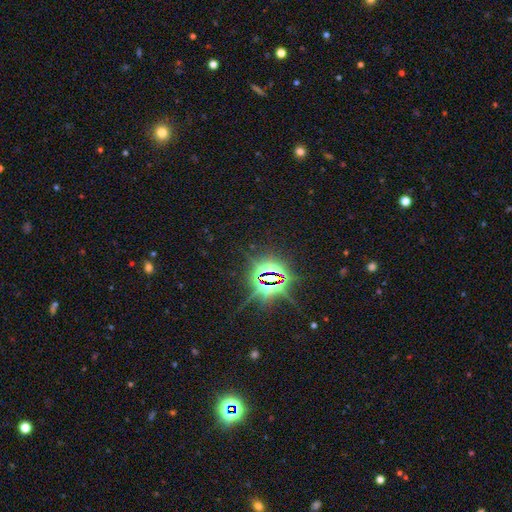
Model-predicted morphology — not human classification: A star or artifact, not a galaxy (83%).